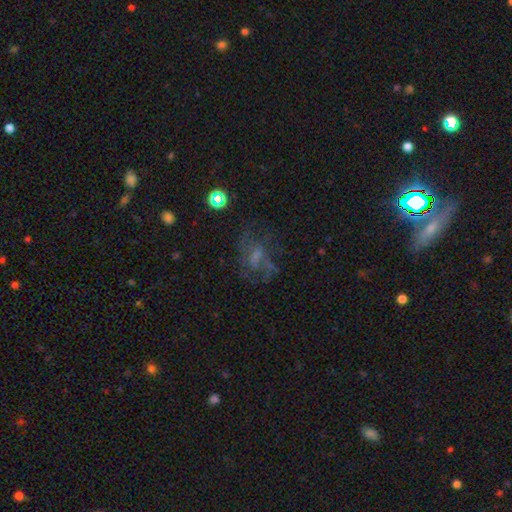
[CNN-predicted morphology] This appears to be a featured or disk galaxy (51%). Merging: none (49%).